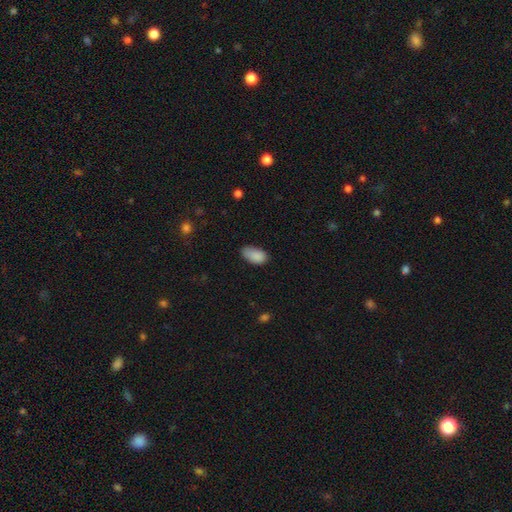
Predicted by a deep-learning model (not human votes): Overall: smooth (87%). How rounded: in between (93%). Merging: none (61%; minor disturbance 31%).